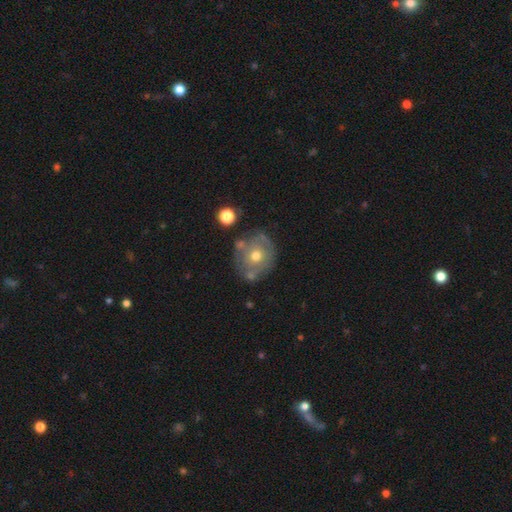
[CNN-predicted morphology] This is possibly a featured or disk galaxy (50%). Merging: likely none (65%).